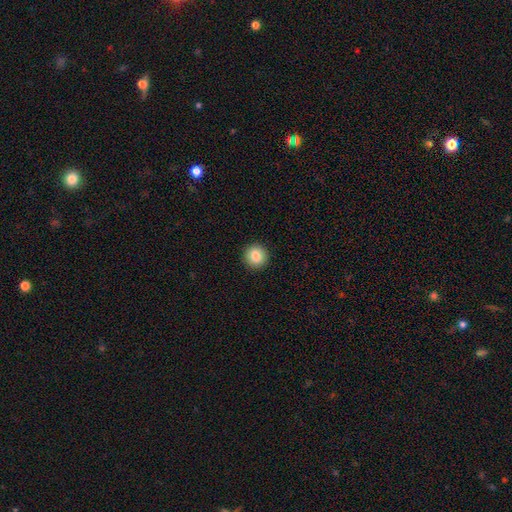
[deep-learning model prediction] Smooth or featured: smooth — 85% (star or artifact — 9%)
How rounded: round — 92% (in between — 7%)
Merging: none — 93% (minor disturbance — 5%)